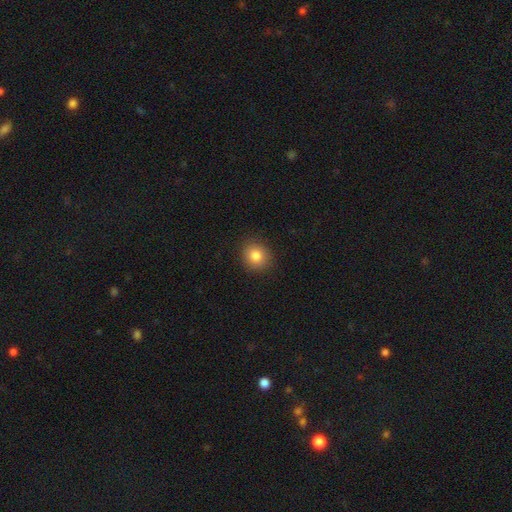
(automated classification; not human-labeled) The model was most divided on "how rounded": round: 83%, in between: 16%, cigar-shaped: 1%. More confident: merging — none (89%); smooth or featured — smooth (82%).